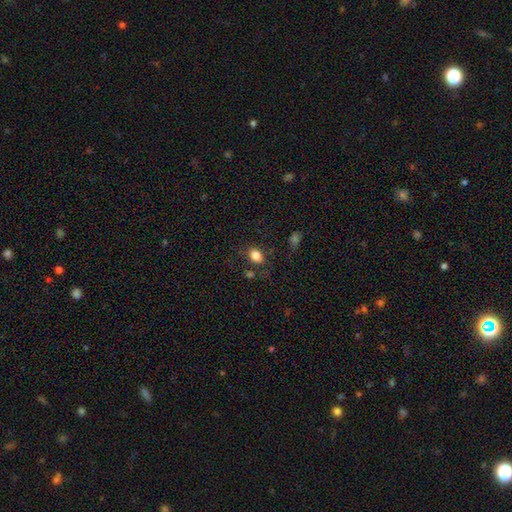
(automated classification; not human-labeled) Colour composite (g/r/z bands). It shows a smooth galaxy with no disk features (83%) that is in between round and cigar-shaped (71%). Merging: none (74%).